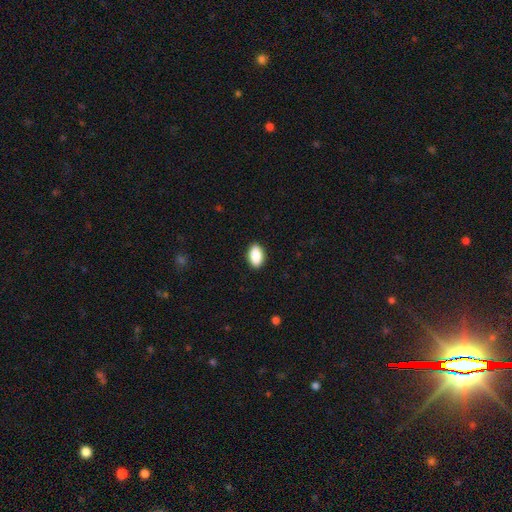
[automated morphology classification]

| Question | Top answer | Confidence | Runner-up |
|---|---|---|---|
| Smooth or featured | smooth | 88% | star or artifact (7%) |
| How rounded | in between | 92% | round (5%) |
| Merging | none | 89% | minor disturbance (8%) |